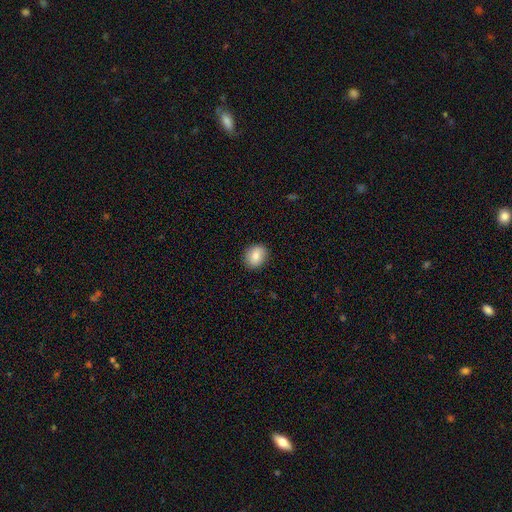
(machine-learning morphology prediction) This is clearly a smooth galaxy (80%). How rounded: likely round (62%). Merging: clearly none (89%).